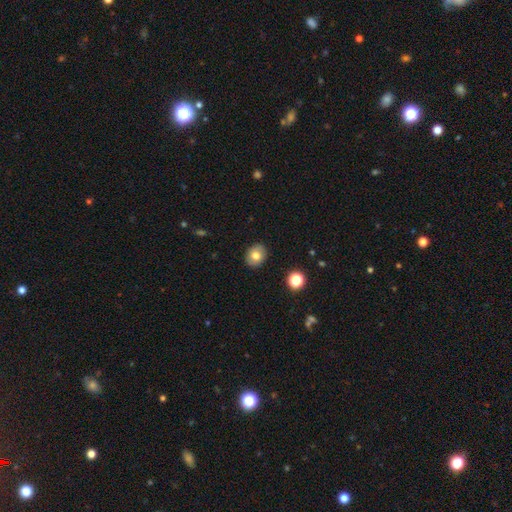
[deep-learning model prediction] The model was most divided on "how rounded": round: 58%, in between: 41%, cigar-shaped: 1%. More confident: merging — none (89%); smooth or featured — smooth (75%).